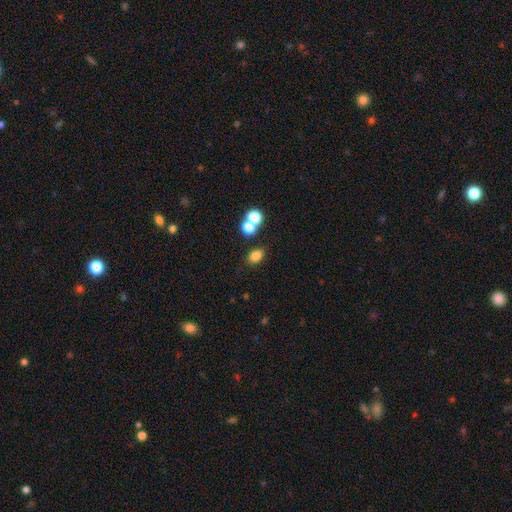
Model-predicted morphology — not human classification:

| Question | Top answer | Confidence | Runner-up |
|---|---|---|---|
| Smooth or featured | smooth | 79% | star or artifact (14%) |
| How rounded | in between | 67% | round (31%) |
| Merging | none | 75% | merger (13%) |